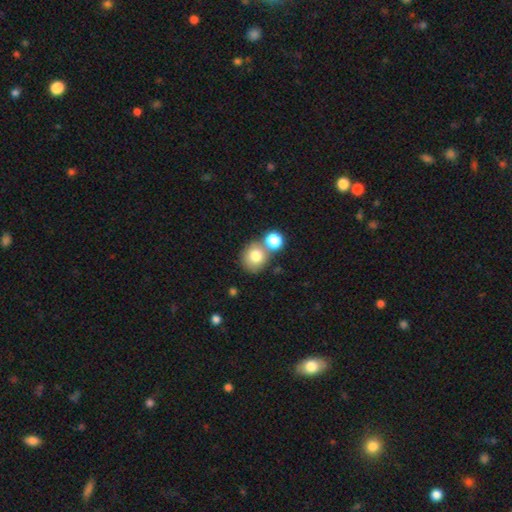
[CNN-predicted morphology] A smooth galaxy with no disk features (77%) that is round (82%).

Vote fractions:
- Smooth or featured? smooth: 77% / featured or disk: 12% / star or artifact: 10%
- How rounded? round: 82% / in between: 17% / cigar-shaped: 1%
- Merging? none: 54% / merger: 34% / minor disturbance: 9% / major disturbance: 3%